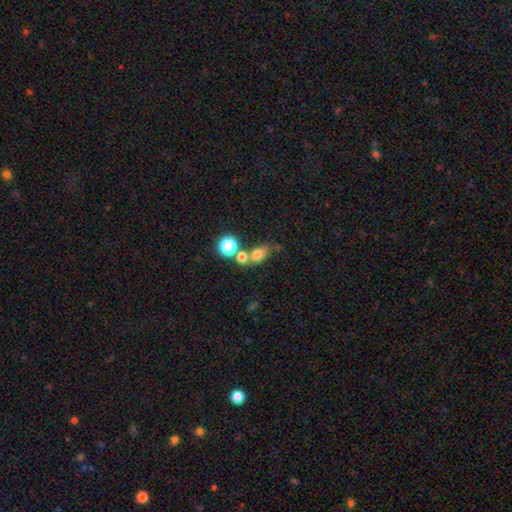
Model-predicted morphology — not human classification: smooth 71%, star or artifact 16%, featured or disk 13%. Down the decision tree: how rounded — in between (54%); merging — none (43%).